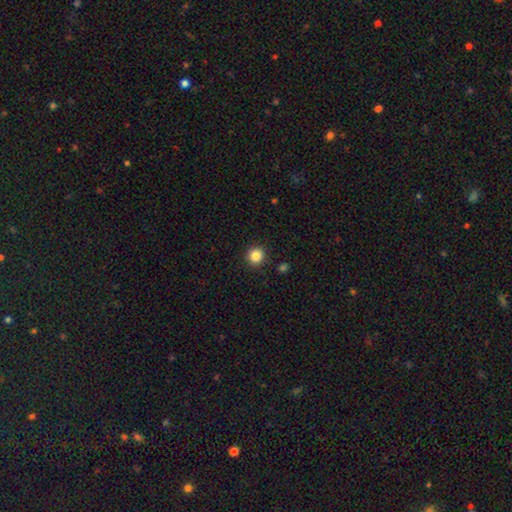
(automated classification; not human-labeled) smooth-or-featured: smooth: 84% | star or artifact: 11% | featured or disk: 5%
  how-rounded: round: 93% | in between: 6% | cigar-shaped: 1%
  merging: none: 92% | minor disturbance: 5% | major disturbance: 2% | merger: 1%